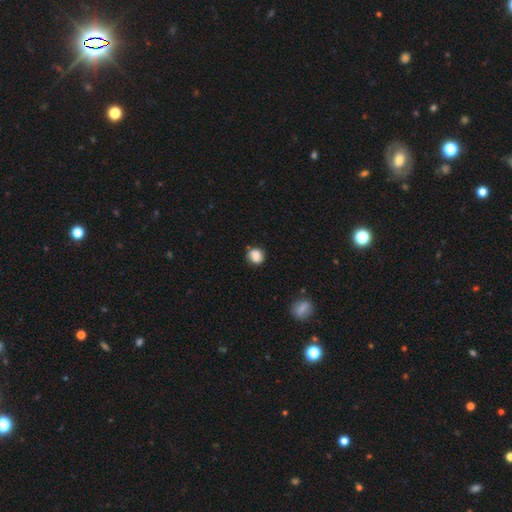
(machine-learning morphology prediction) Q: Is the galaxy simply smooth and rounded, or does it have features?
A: smooth — 80%.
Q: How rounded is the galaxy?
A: round — 79%.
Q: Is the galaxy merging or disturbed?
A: none — 72%.